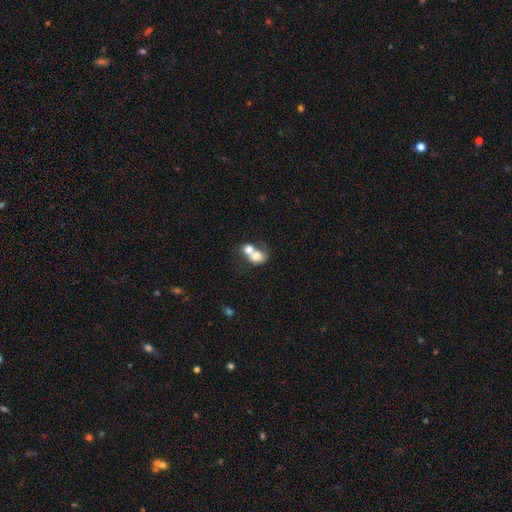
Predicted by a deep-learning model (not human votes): Smooth or featured? Predicted: smooth (p=0.71). How rounded? Predicted: round (p=0.52). Merging? Predicted: merger (p=0.71).